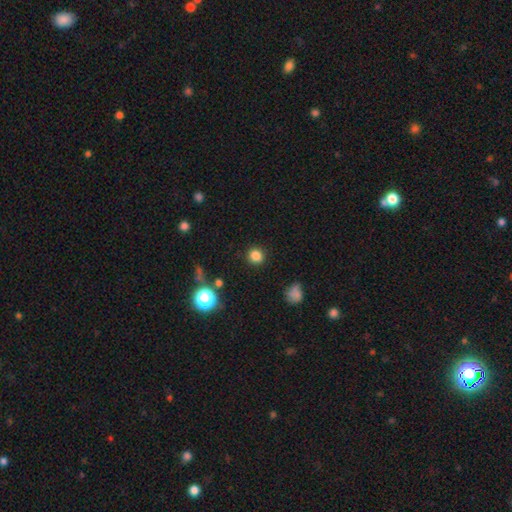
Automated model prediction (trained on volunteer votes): smooth 82%, star or artifact 14%, featured or disk 4%. Down the decision tree: how rounded — round (89%); merging — none (89%).